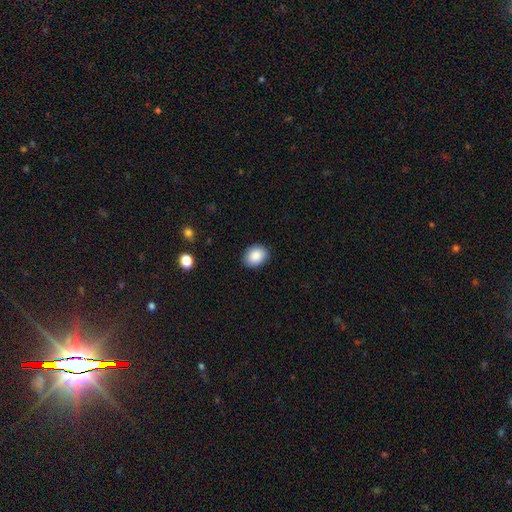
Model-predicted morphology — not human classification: Smooth or featured? smooth (88%)
How rounded? in between (59%)
Merging? none (87%)